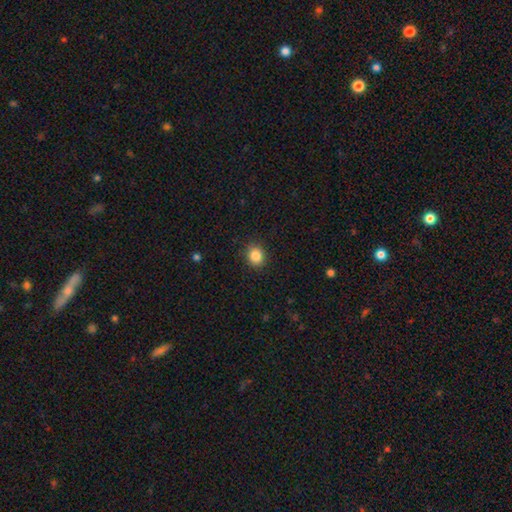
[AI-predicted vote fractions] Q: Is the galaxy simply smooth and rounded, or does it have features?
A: smooth — 86%.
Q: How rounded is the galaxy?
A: round — 70%.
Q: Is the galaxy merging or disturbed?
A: none — 88%.